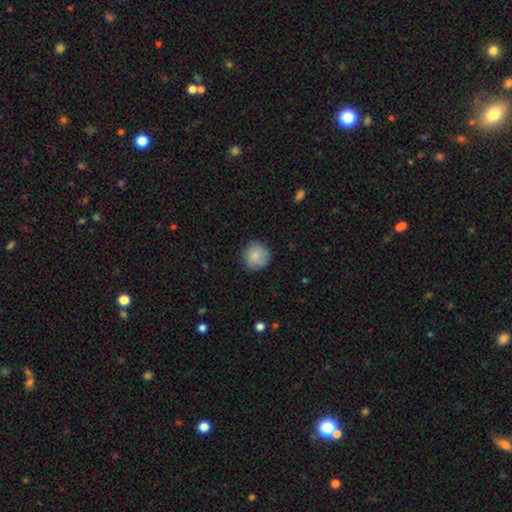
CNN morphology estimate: Smooth or featured? Predicted: smooth (p=0.83). How rounded? Predicted: round (p=0.93). Merging? Predicted: none (p=0.84).